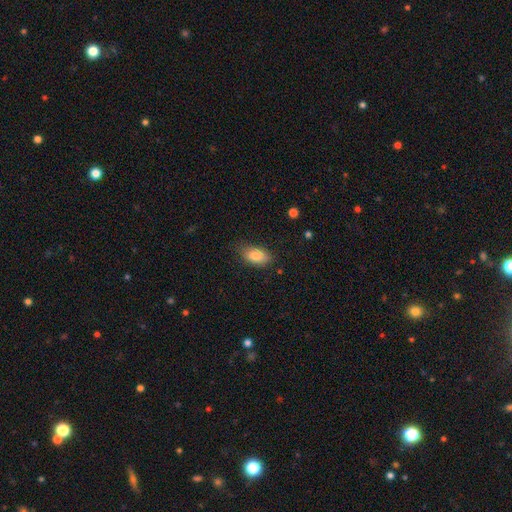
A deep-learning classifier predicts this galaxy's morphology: Smooth or featured? Predicted: smooth (p=0.83). How rounded? Predicted: in between (p=0.91). Merging? Predicted: none (p=0.74).